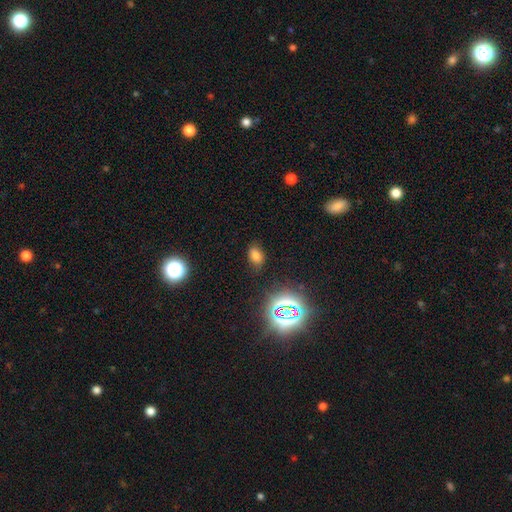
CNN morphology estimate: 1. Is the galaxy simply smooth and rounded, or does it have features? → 70% smooth, 23% star or artifact, 7% featured or disk.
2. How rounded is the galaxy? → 82% in between, 16% round, 2% cigar-shaped.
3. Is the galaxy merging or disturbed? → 78% none, 15% minor disturbance, 5% major disturbance, 2% merger.